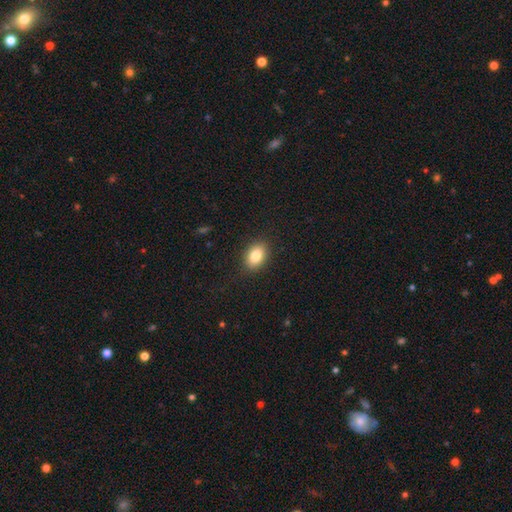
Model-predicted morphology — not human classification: smooth_or_featured: smooth (p=0.84) [alt: star or artifact p=0.09]
how_rounded: in between (p=0.82) [alt: round p=0.17]
merging: none (p=0.88) [alt: minor disturbance p=0.08]